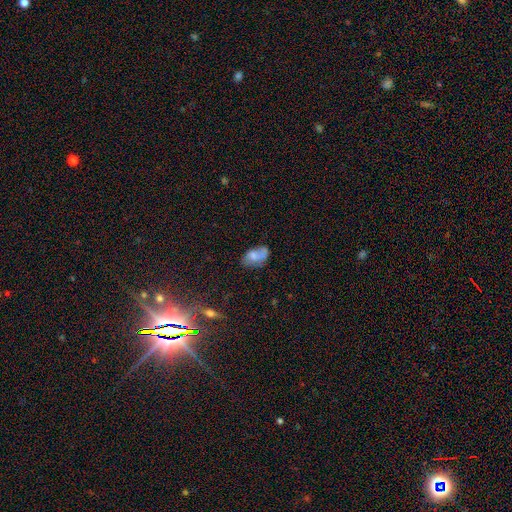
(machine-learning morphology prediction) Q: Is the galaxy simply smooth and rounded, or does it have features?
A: smooth — 62%.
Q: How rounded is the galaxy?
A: in between — 92%.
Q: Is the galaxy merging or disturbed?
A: none — 51%.